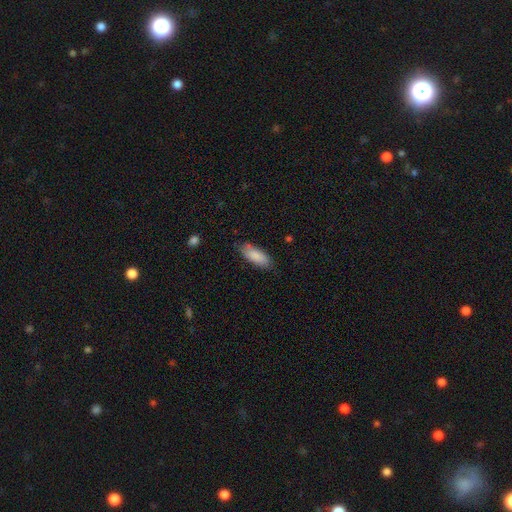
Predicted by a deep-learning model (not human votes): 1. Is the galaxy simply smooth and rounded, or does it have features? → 88% smooth, 7% featured or disk, 6% star or artifact.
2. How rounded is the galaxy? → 75% in between, 23% cigar-shaped, 2% round.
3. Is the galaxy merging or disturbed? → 80% none, 16% minor disturbance, 3% major disturbance, 1% merger.